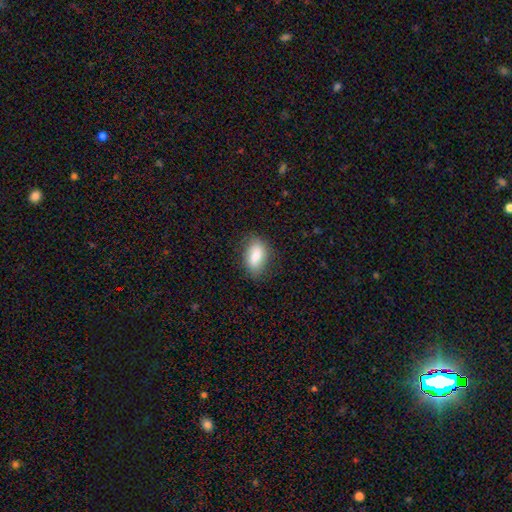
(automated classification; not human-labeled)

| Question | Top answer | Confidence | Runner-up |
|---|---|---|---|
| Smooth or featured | smooth | 82% | featured or disk (11%) |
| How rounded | in between | 89% | round (7%) |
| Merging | none | 78% | minor disturbance (17%) |